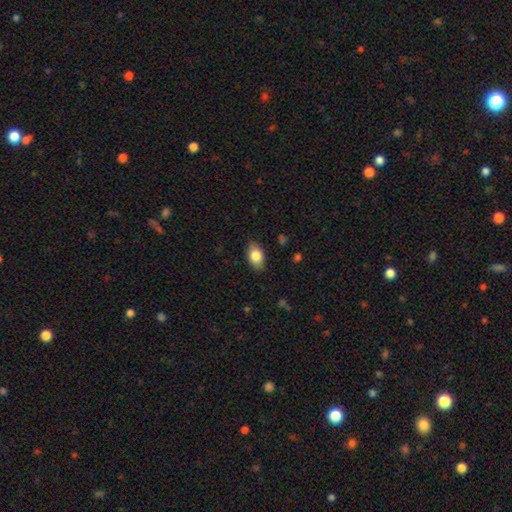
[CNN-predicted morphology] A smooth galaxy with no disk features (82%) that is in between round and cigar-shaped (89%). Merging: none (86%).